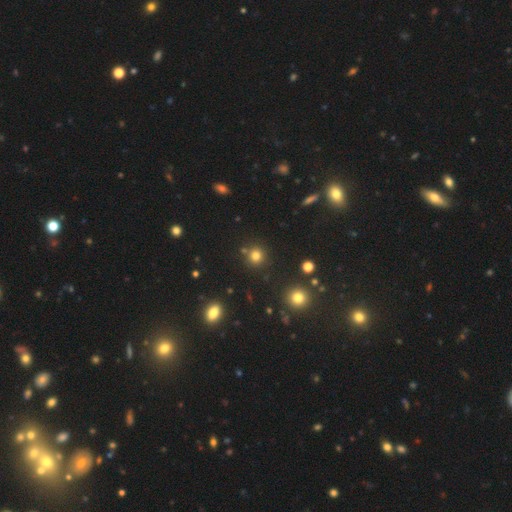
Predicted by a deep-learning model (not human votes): Morphology: type=smooth (76%); roundness=round (92%); merging=none (82%).